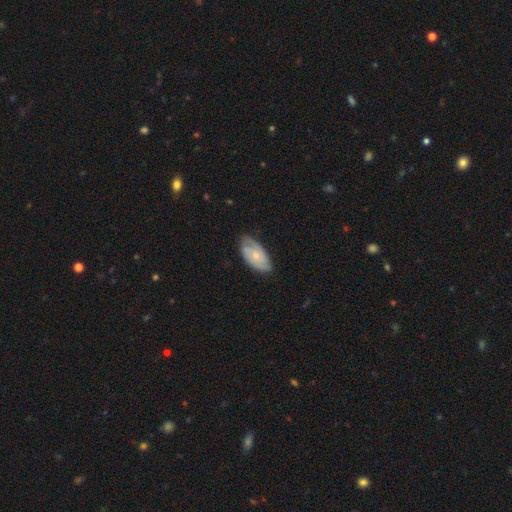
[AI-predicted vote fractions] Morphology: type=featured or disk (63%); edge-on=no (94%); bar=no (75%); spiral arms=yes (88%); winding=tight (53%); arm count=2 (47%); bulge=small (64%); merging=none (72%).